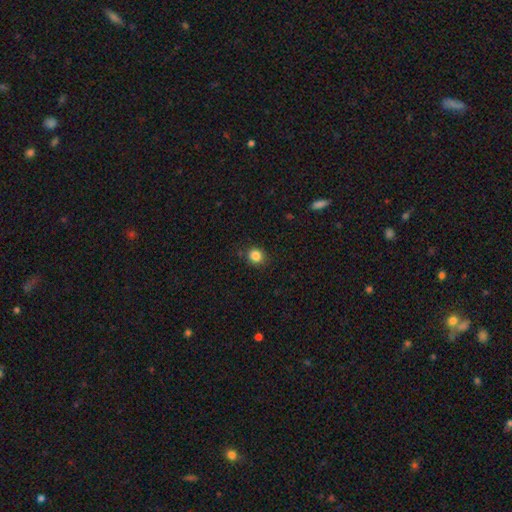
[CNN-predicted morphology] Q: Smooth or featured?
A: smooth (85%); runner-up: star or artifact (11%)
Q: How rounded?
A: round (85%); runner-up: in between (14%)
Q: Merging?
A: none (87%); runner-up: minor disturbance (9%)